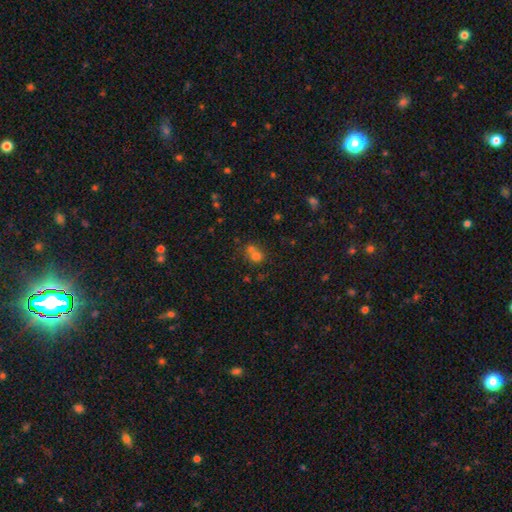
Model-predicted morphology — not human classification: type=smooth (68%); roundness=round (80%); merging=merger (54%).